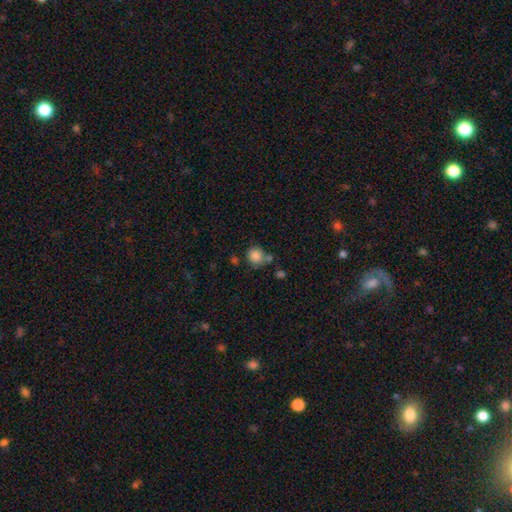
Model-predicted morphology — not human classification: smooth-or-featured: smooth: 85% | star or artifact: 10% | featured or disk: 5%
  how-rounded: round: 88% | in between: 11% | cigar-shaped: 1%
  merging: none: 61% | merger: 18% | minor disturbance: 15% | major disturbance: 6%